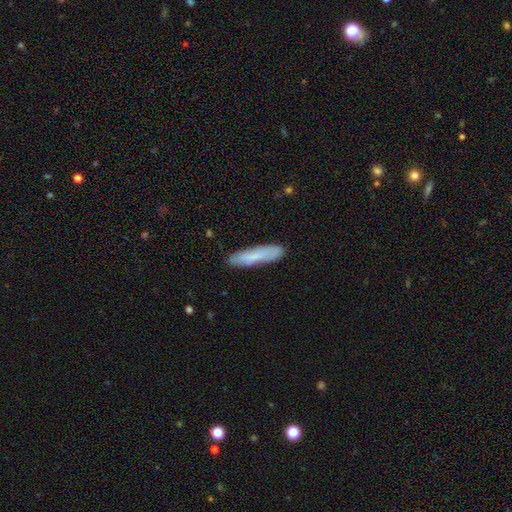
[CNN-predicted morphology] This appears to be a smooth galaxy with no disk features (73%) that is cigar-shaped (83%). Merging: none (85%).